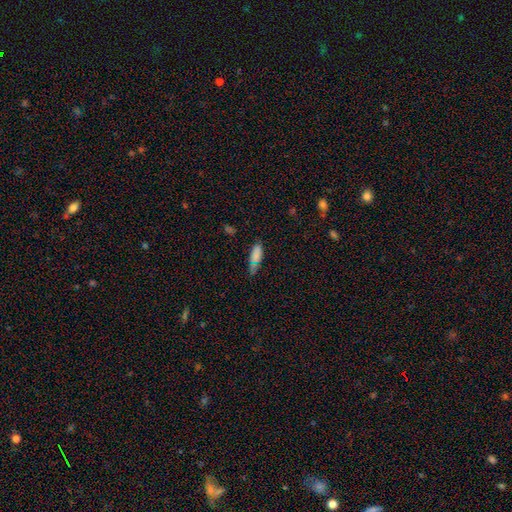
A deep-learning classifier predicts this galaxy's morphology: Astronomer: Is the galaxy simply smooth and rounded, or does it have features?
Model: smooth — 80%.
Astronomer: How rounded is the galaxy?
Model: in between — 66%.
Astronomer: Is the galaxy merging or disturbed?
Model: none — 60%.